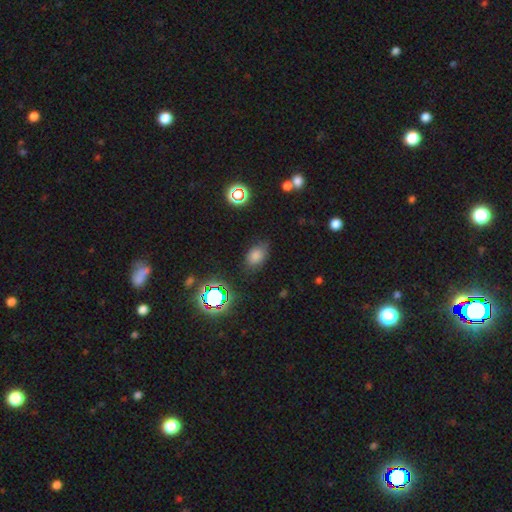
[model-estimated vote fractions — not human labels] A smooth galaxy with no disk features (75%) that is in between round and cigar-shaped (82%).

Vote fractions:
- Smooth or featured? smooth: 75% / star or artifact: 18% / featured or disk: 7%
- How rounded? in between: 82% / round: 16% / cigar-shaped: 1%
- Merging? none: 79% / minor disturbance: 15% / major disturbance: 4% / merger: 2%